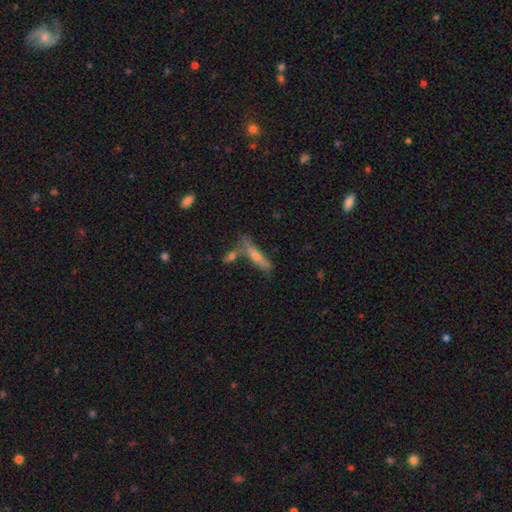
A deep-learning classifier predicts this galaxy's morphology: A smooth galaxy with no disk features (47%). Merging: none (59%).